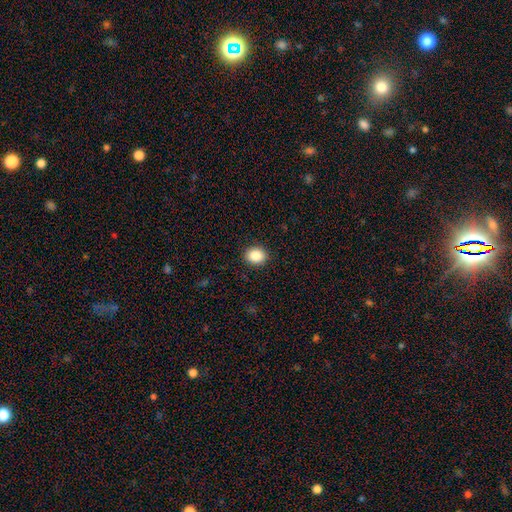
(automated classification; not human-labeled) A smooth galaxy with no disk features (87%) that is round (60%).

Vote fractions:
- Smooth or featured? smooth: 87% / star or artifact: 9% / featured or disk: 4%
- How rounded? round: 60% / in between: 40% / cigar-shaped: 1%
- Merging? none: 91% / minor disturbance: 6% / major disturbance: 2% / merger: 1%